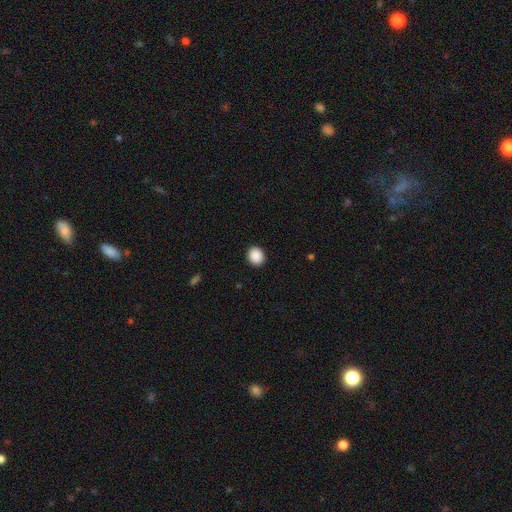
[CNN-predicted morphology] A smooth galaxy with no disk features (90%) that is round (79%). Merging: none (92%).